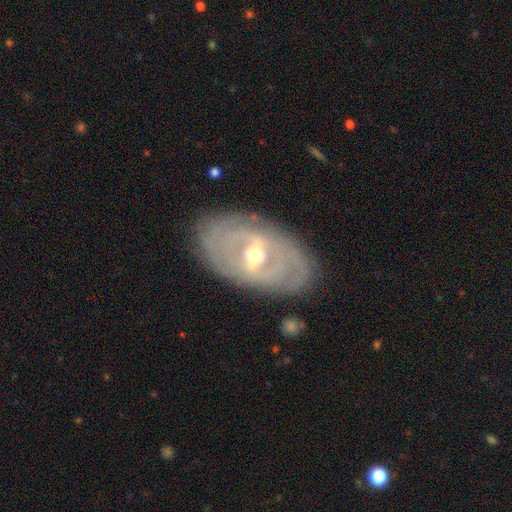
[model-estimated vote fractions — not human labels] Q: Smooth or featured?
A: featured or disk (83%); runner-up: smooth (12%)
Q: Edge-on disk?
A: no (92%); runner-up: yes (8%)
Q: Bar?
A: weak (48%); runner-up: strong (33%)
Q: Spiral arms?
A: yes (80%); runner-up: no (20%)
Q: Spiral winding?
A: tight (74%); runner-up: medium (19%)
Q: Spiral arm count?
A: can't tell (49%); runner-up: 2 (25%)
Q: Bulge size?
A: moderate (63%); runner-up: small (32%)
Q: Merging?
A: none (80%); runner-up: minor disturbance (14%)